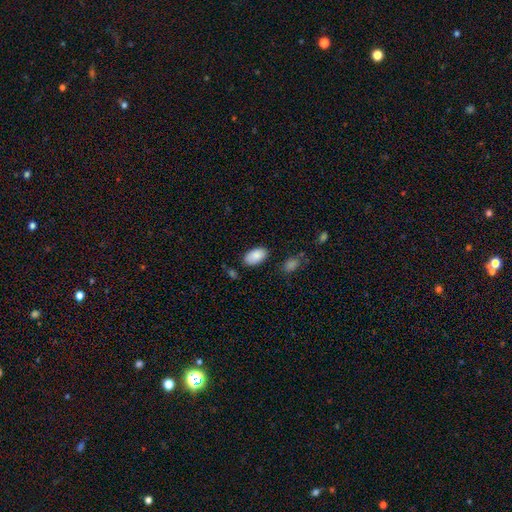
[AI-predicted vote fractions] Smooth or featured? Predicted: smooth (p=0.88). How rounded? Predicted: in between (p=0.95). Merging? Predicted: none (p=0.83).